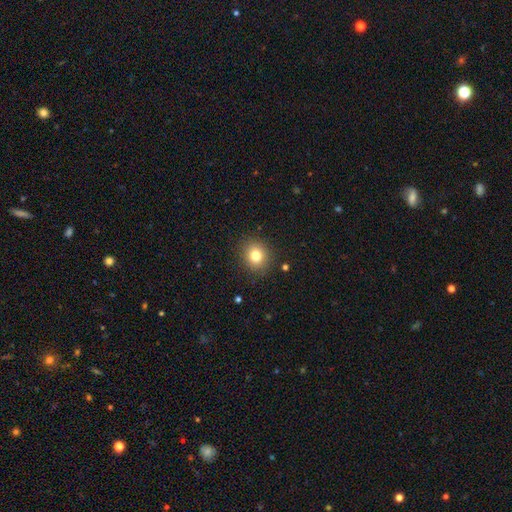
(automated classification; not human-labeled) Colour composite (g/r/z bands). It shows a smooth galaxy with no disk features (79%) that is round (79%). Merging: none (89%).